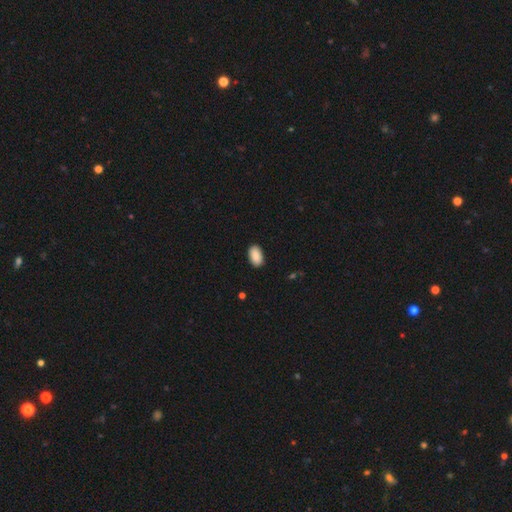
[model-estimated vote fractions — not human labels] The model was most divided on "merging": none: 89%, minor disturbance: 8%, major disturbance: 2%, merger: 1%. More confident: how rounded — in between (94%); smooth or featured — smooth (90%).